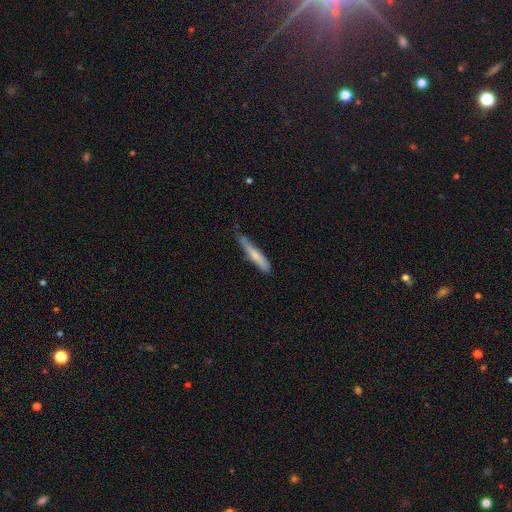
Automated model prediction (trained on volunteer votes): smooth-or-featured: smooth: 67% | featured or disk: 28% | star or artifact: 5%
  how-rounded: cigar-shaped: 92% | in between: 7% | round: 1%
  merging: none: 65% | minor disturbance: 28% | major disturbance: 4% | merger: 2%